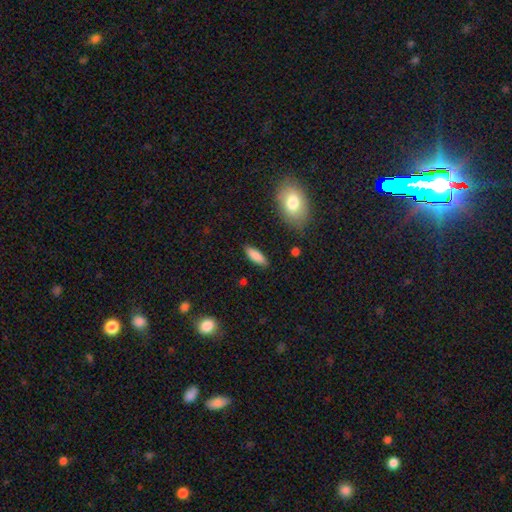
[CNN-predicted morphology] This appears to be a smooth galaxy with no disk features (86%) that is in between round and cigar-shaped (56%). Merging: none (87%).